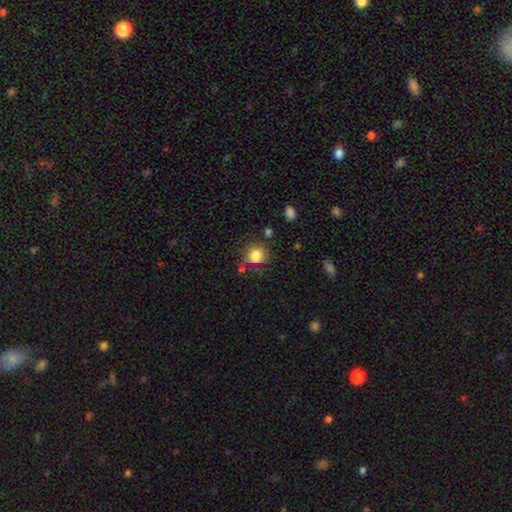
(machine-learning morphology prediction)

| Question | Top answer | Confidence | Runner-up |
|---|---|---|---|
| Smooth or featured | smooth | 84% | star or artifact (10%) |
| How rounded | round | 82% | in between (17%) |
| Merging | none | 72% | minor disturbance (15%) |